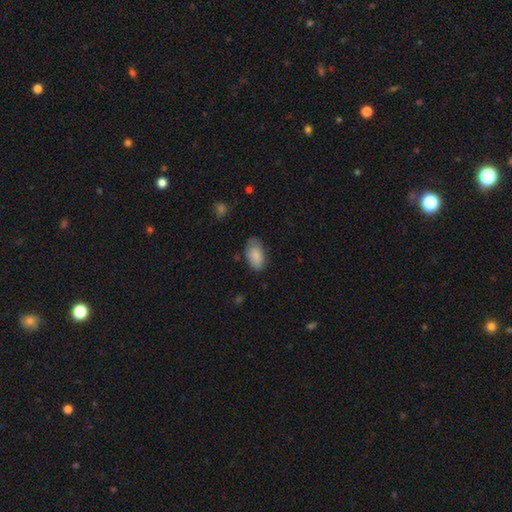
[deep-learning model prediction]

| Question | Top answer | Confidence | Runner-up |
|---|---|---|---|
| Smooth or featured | smooth | 86% | featured or disk (7%) |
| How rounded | in between | 94% | round (4%) |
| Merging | none | 72% | minor disturbance (22%) |